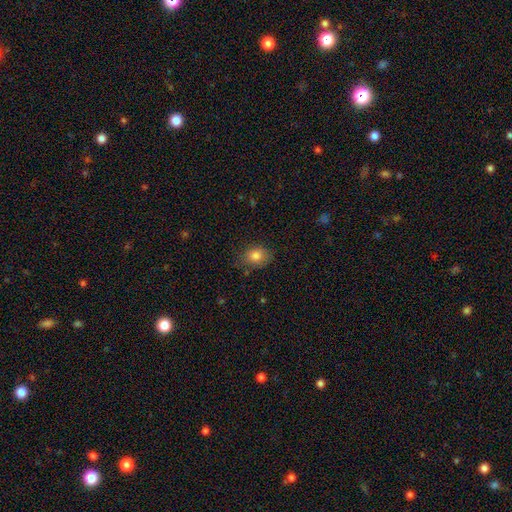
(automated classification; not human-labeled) Smooth or featured? Predicted: smooth (p=0.82). How rounded? Predicted: in between (p=0.61). Merging? Predicted: none (p=0.71).